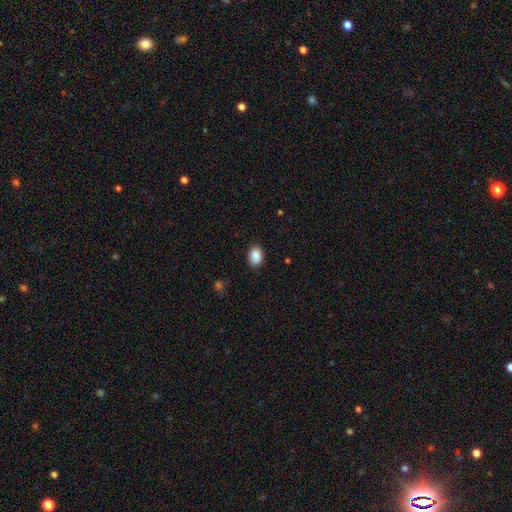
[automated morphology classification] This appears to be a smooth galaxy with no disk features (89%) that is in between round and cigar-shaped (78%). Merging: none (86%).